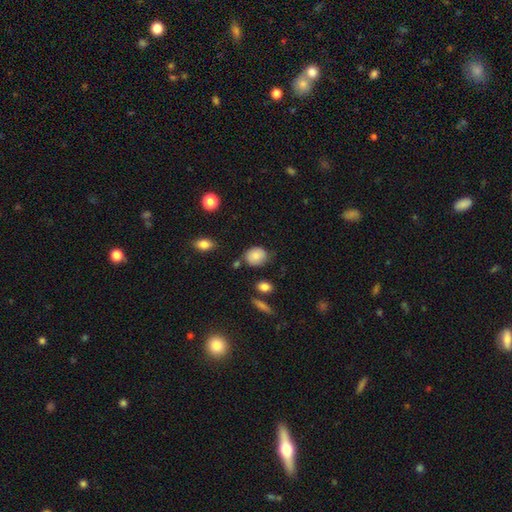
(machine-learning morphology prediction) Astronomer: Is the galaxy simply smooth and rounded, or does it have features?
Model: smooth — 82%.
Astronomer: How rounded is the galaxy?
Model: round — 59% (runner-up: in between, 40%).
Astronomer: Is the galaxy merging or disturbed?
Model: none — 70%.